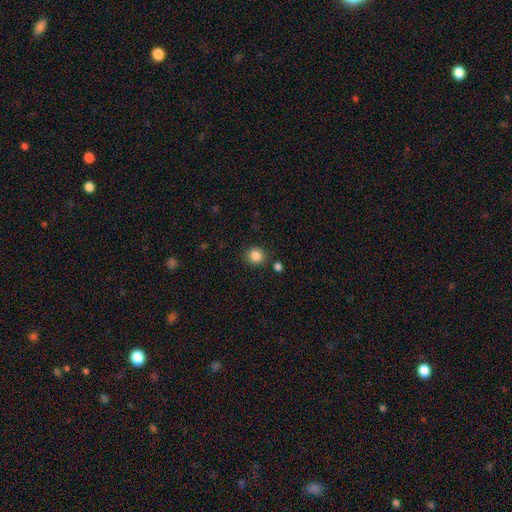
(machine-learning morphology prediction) smooth_or_featured: smooth (p=0.86) [alt: star or artifact p=0.10]
how_rounded: round (p=0.88) [alt: in between p=0.11]
merging: none (p=0.85) [alt: minor disturbance p=0.08]